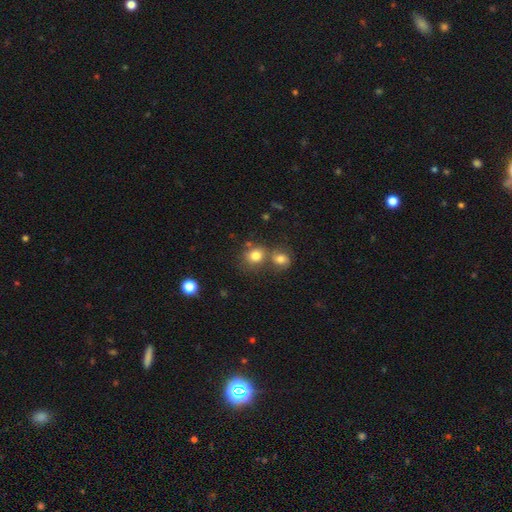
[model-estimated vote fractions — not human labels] Morphology: type=smooth (80%); roundness=round (75%); merging=none (50%).